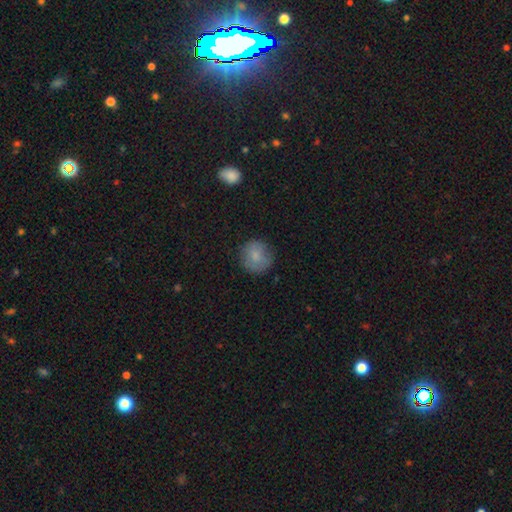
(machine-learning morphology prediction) Q: Smooth or featured?
A: smooth (80%); runner-up: featured or disk (12%)
Q: How rounded?
A: round (90%); runner-up: in between (9%)
Q: Merging?
A: none (79%); runner-up: minor disturbance (15%)